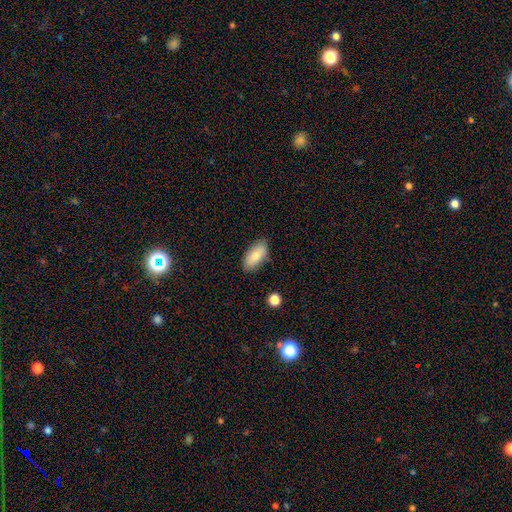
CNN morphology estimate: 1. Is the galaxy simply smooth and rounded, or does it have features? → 82% smooth, 12% featured or disk, 7% star or artifact.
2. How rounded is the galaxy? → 90% in between, 8% cigar-shaped, 2% round.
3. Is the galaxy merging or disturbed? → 82% none, 13% minor disturbance, 3% major disturbance, 2% merger.